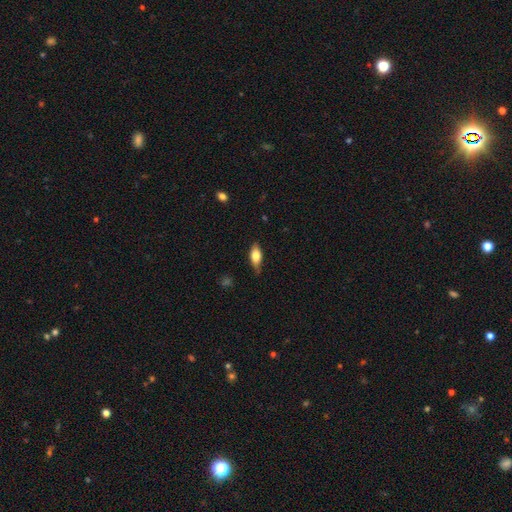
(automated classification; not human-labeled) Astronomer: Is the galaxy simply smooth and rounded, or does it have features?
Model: smooth — 75%.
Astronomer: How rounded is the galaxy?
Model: in between — 83%.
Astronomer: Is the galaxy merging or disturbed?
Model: none — 74%.